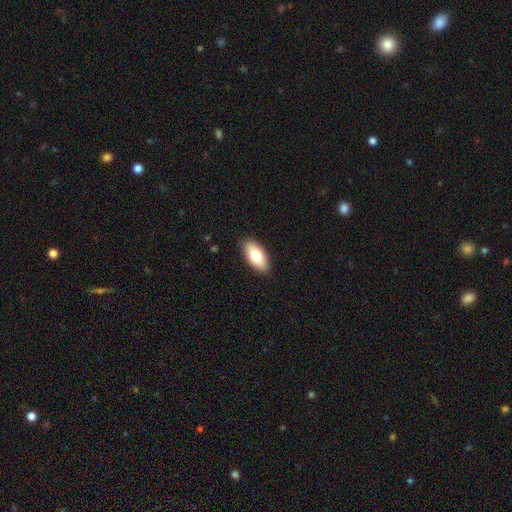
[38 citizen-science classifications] This is likely a smooth galaxy (79%). How rounded: clearly in between (97%). Merging: clearly none (83%).